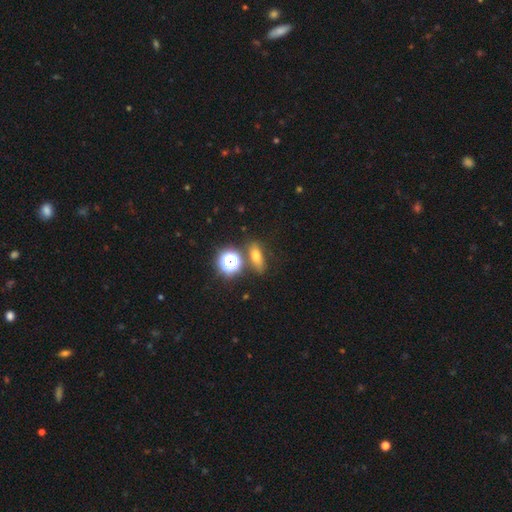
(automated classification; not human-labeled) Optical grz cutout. It shows a smooth galaxy with no disk features (58%) that is in between round and cigar-shaped (56%). Merging: none (75%).